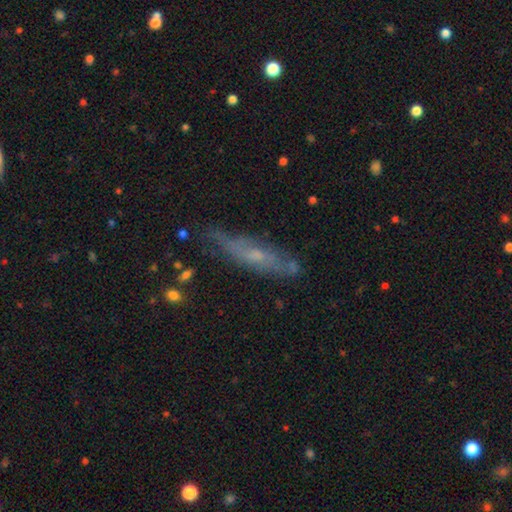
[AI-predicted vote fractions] A featured or disk galaxy (54%) viewed edge-on (56%). Merging: none (64%).